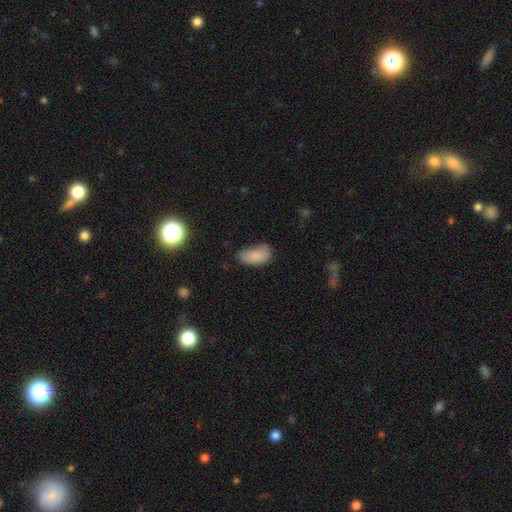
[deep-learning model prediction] Overall: smooth (83%). How rounded: in between (93%). Merging: none (51%; minor disturbance 34%).